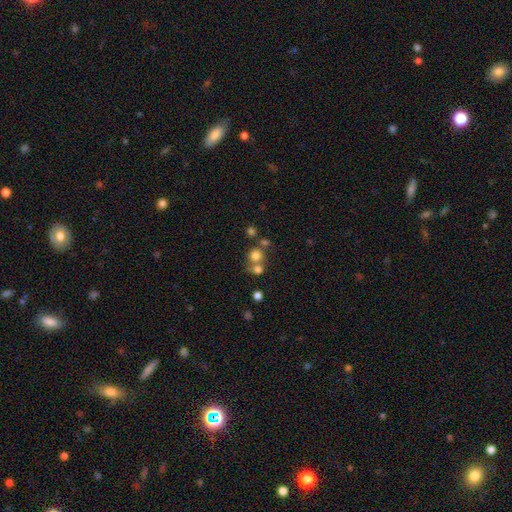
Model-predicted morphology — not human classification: Smooth or featured?
  - smooth: 74% *
  - star or artifact: 15%
  - featured or disk: 11%
How rounded?
  - round: 87% *
  - in between: 12%
  - cigar-shaped: 1%
Merging?
  - none: 49% *
  - merger: 40%
  - minor disturbance: 7%
  - major disturbance: 4%